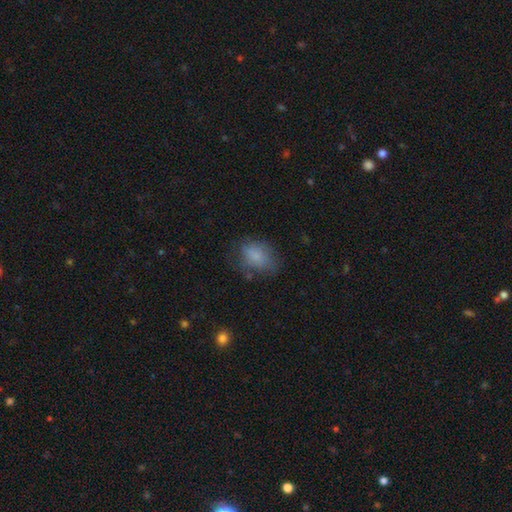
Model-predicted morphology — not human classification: Smooth or featured? smooth (78%)
How rounded? in between (72%)
Merging? none (58%)